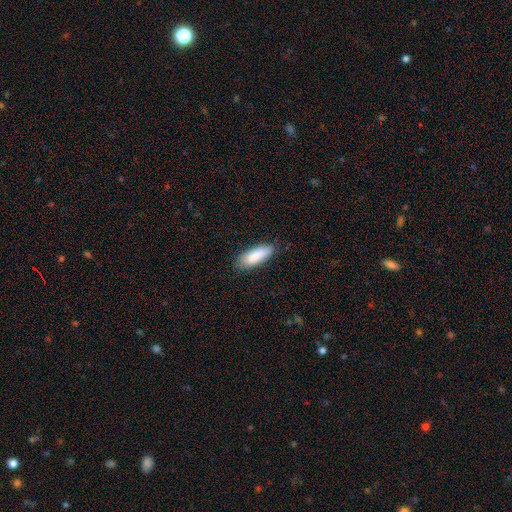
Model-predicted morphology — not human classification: Smooth or featured?
  - smooth: 86% *
  - featured or disk: 8%
  - star or artifact: 6%
How rounded?
  - in between: 65% *
  - cigar-shaped: 33%
  - round: 2%
Merging?
  - none: 80% *
  - minor disturbance: 16%
  - major disturbance: 3%
  - merger: 1%